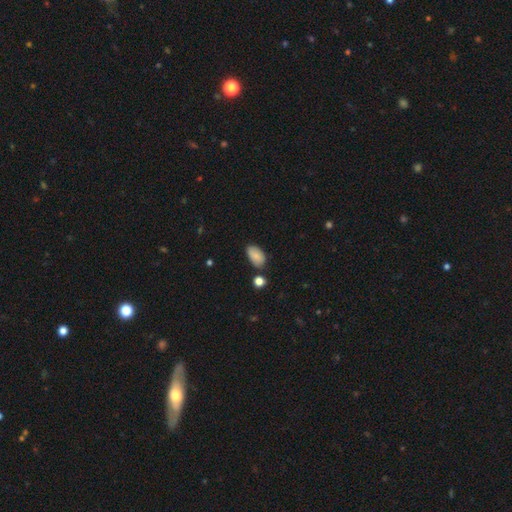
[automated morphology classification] The model was most divided on "merging": none: 72%, minor disturbance: 20%, merger: 5%, major disturbance: 4%. More confident: how rounded — in between (93%); smooth or featured — smooth (84%).